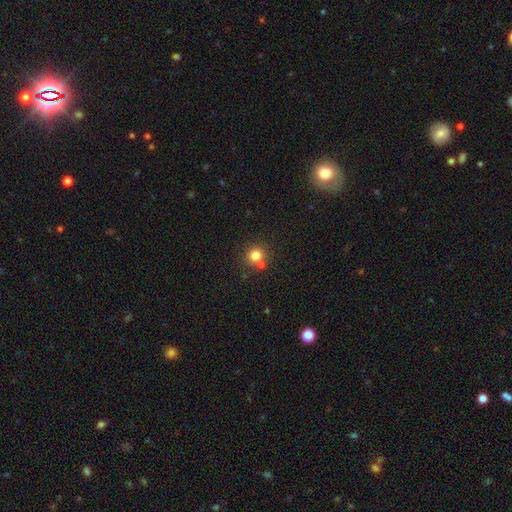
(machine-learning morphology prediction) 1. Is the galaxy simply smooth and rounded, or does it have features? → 80% smooth, 13% star or artifact, 7% featured or disk.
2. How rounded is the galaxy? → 90% round, 10% in between, 1% cigar-shaped.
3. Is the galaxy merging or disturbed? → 68% none, 20% merger, 9% minor disturbance, 3% major disturbance.